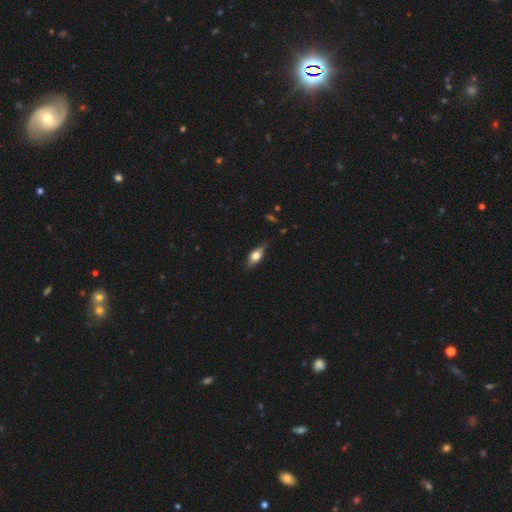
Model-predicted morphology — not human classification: Smooth or featured: smooth — 56% (featured or disk — 37%)
How rounded: in between — 74% (cigar-shaped — 21%)
Merging: none — 79% (minor disturbance — 16%)